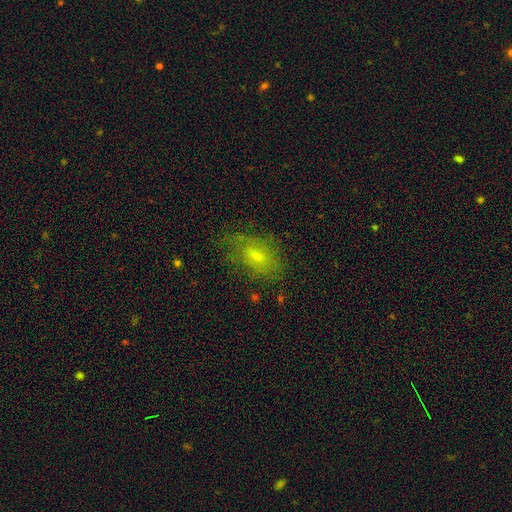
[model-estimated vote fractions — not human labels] smooth-or-featured: smooth: 46% | featured or disk: 30% | star or artifact: 24%
  merging: none: 69% | minor disturbance: 20% | major disturbance: 9% | merger: 2%